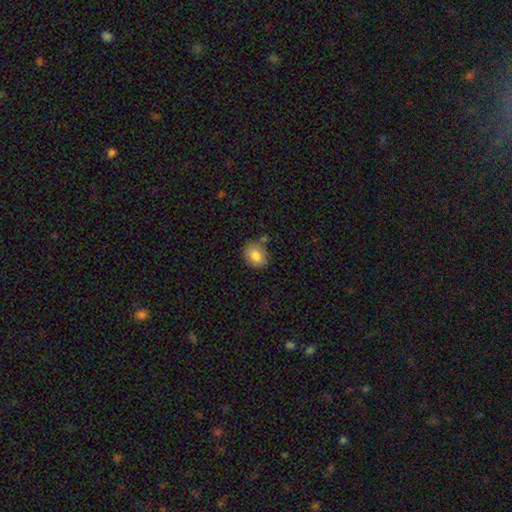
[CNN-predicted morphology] Smooth or featured: smooth — 82% (featured or disk — 9%)
How rounded: in between — 53% (round — 46%)
Merging: none — 73% (minor disturbance — 18%)